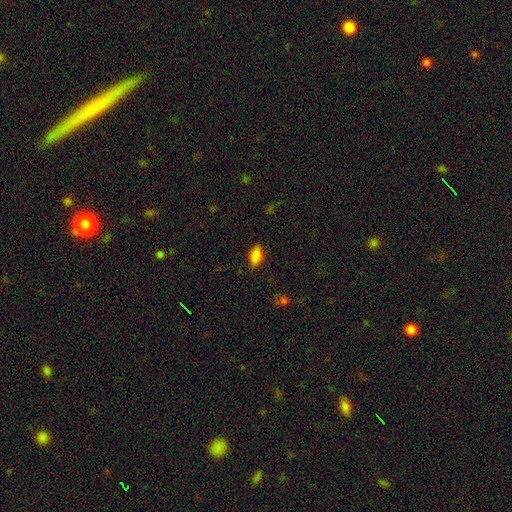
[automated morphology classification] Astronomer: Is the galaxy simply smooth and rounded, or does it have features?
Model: smooth — 85%.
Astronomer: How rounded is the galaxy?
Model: in between — 91%.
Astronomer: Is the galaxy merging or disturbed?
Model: none — 85%.